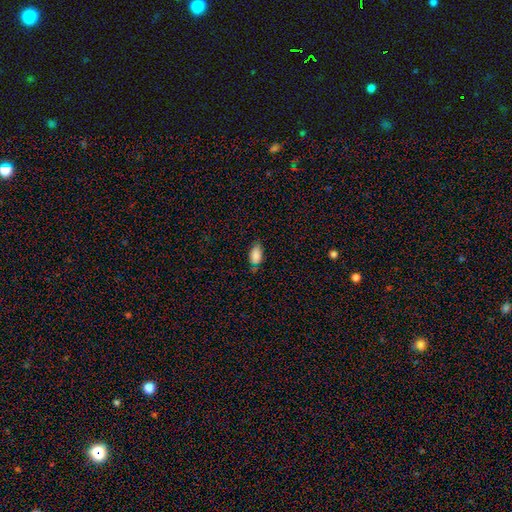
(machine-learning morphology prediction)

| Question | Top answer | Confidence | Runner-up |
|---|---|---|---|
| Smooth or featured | smooth | 86% | star or artifact (9%) |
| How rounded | in between | 92% | round (5%) |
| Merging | none | 64% | minor disturbance (26%) |